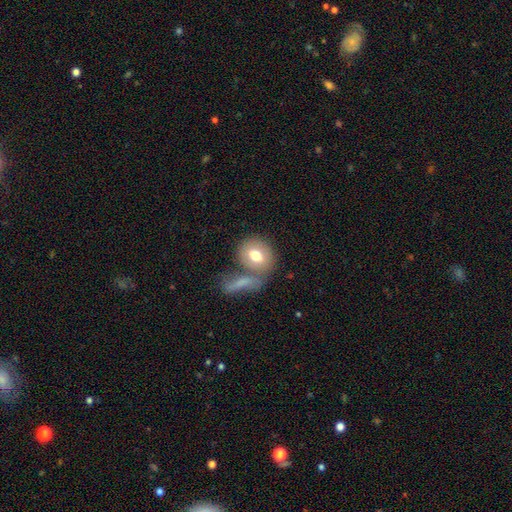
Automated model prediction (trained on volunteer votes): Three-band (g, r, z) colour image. It shows a smooth galaxy with no disk features (54%) that is round (72%). Merging: merger (43%).